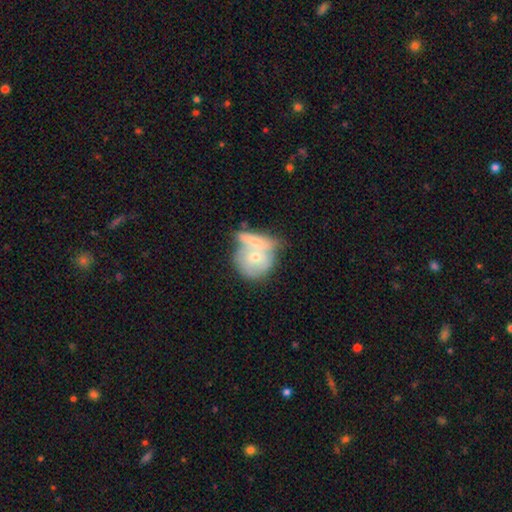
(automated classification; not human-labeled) Smooth or featured? Predicted: smooth (p=0.52). How rounded? Predicted: round (p=0.79). Merging? Predicted: merger (p=0.53).